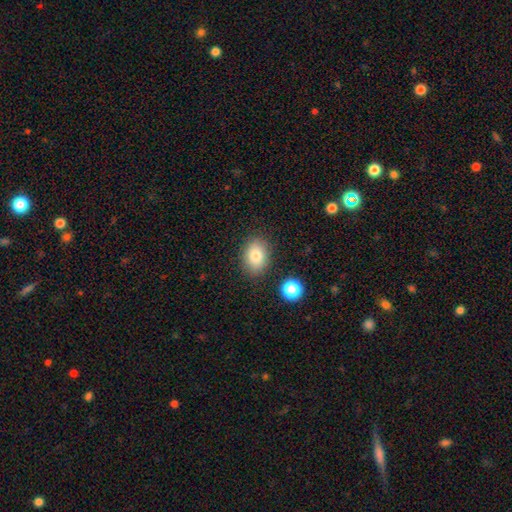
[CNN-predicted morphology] Smooth or featured: smooth — 82% (star or artifact — 9%)
How rounded: in between — 74% (round — 25%)
Merging: none — 84% (minor disturbance — 10%)